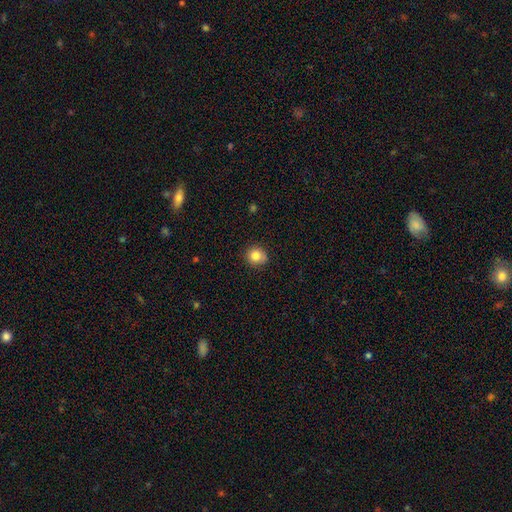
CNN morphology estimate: type=smooth (82%); roundness=round (88%); merging=none (84%).